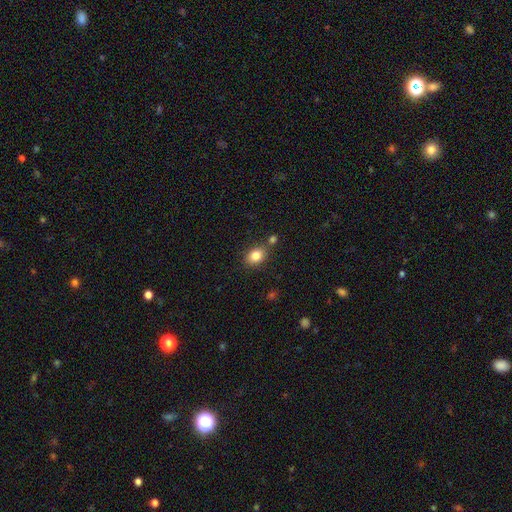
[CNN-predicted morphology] A smooth galaxy with no disk features (83%) that is in between round and cigar-shaped (65%). Merging: none (74%).